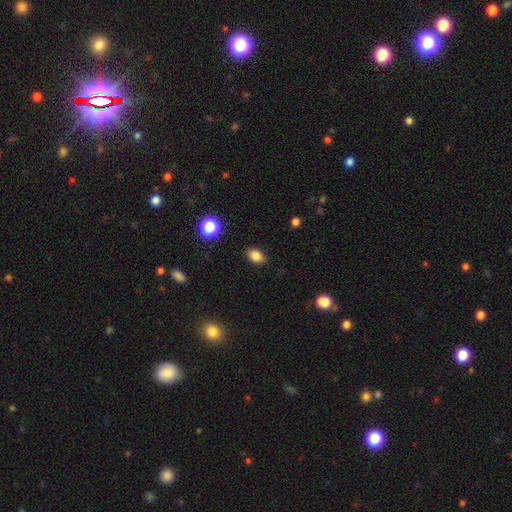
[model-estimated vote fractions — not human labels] A smooth galaxy with no disk features (84%) that is in between round and cigar-shaped (78%).

Vote fractions:
- Smooth or featured? smooth: 84% / star or artifact: 11% / featured or disk: 4%
- How rounded? in between: 78% / round: 20% / cigar-shaped: 1%
- Merging? none: 87% / minor disturbance: 9% / major disturbance: 2% / merger: 1%